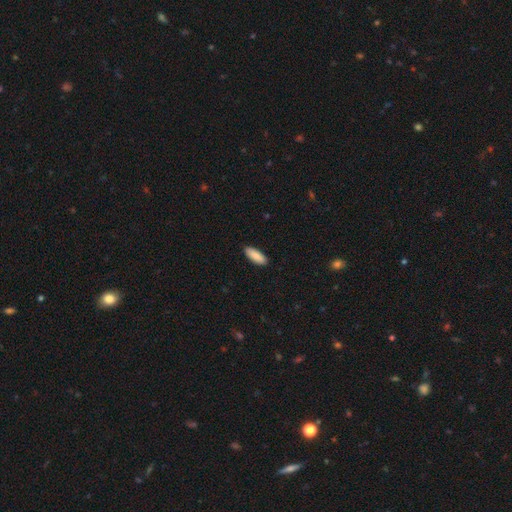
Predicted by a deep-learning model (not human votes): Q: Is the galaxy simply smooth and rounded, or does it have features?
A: smooth — 90%.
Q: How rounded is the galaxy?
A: in between — 74%.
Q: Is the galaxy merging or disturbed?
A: none — 90%.